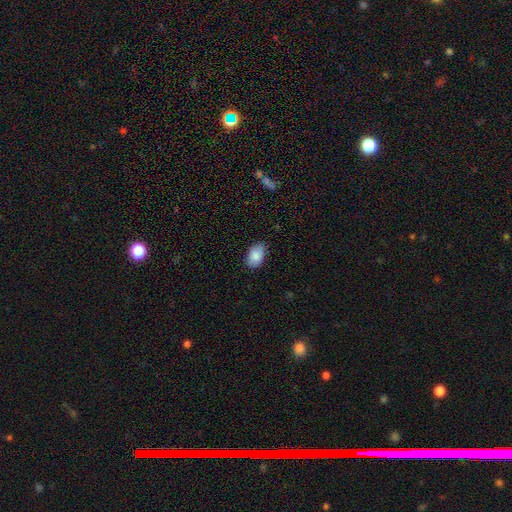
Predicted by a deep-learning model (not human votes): Q: Smooth or featured?
A: smooth (87%); runner-up: star or artifact (7%)
Q: How rounded?
A: in between (90%); runner-up: round (8%)
Q: Merging?
A: none (77%); runner-up: minor disturbance (19%)